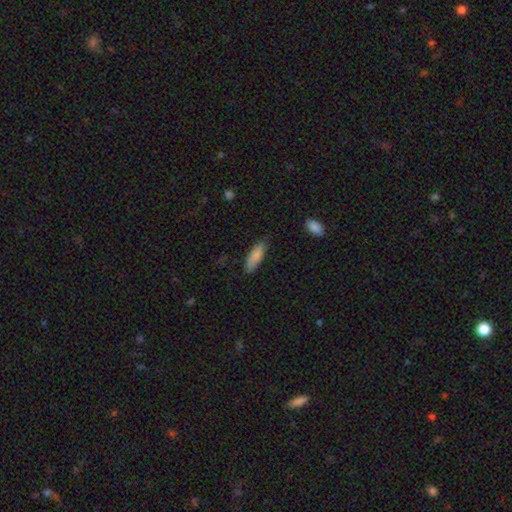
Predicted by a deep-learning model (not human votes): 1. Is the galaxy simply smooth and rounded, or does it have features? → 86% smooth, 8% featured or disk, 6% star or artifact.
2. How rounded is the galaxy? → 57% in between, 42% cigar-shaped, 2% round.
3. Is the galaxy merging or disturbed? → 75% none, 20% minor disturbance, 3% major disturbance, 1% merger.